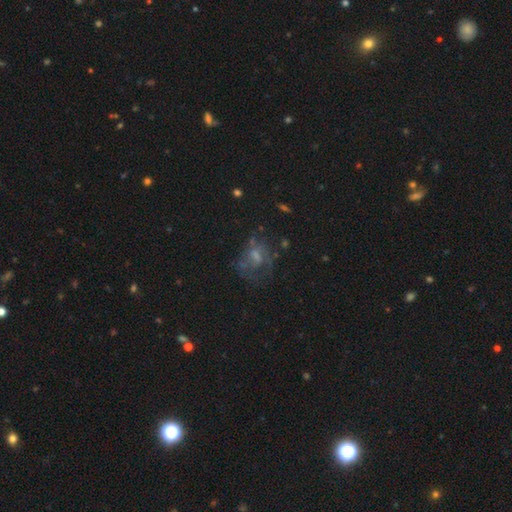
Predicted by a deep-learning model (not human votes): Morphology: type=featured or disk (50%); merging=none (41%).